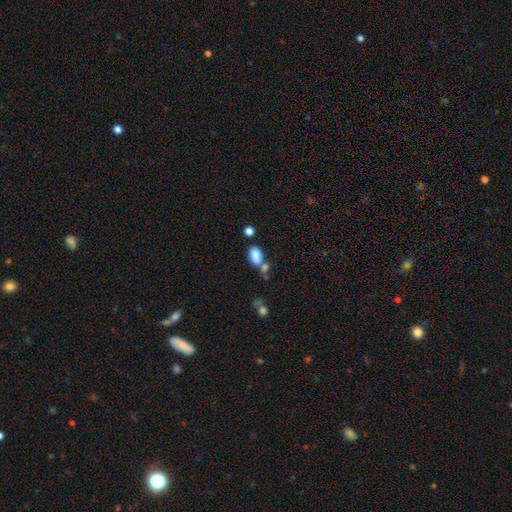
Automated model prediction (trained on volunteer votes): Q: Smooth or featured?
A: smooth (81%); runner-up: star or artifact (10%)
Q: How rounded?
A: in between (89%); runner-up: round (9%)
Q: Merging?
A: merger (39%); runner-up: none (38%)